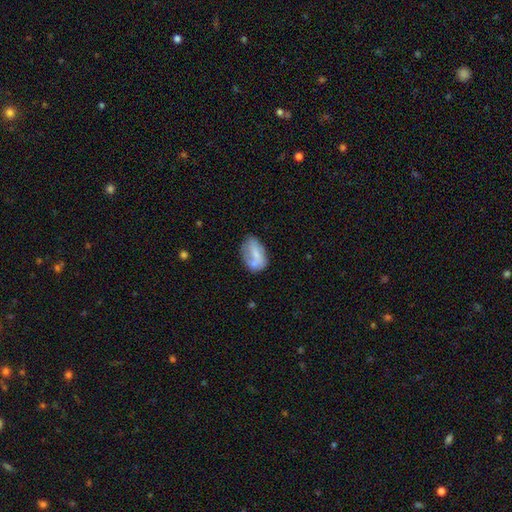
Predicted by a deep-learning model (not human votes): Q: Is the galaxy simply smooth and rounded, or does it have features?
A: smooth — 61%.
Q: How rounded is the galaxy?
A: in between — 89%.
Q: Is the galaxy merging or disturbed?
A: none — 48%.